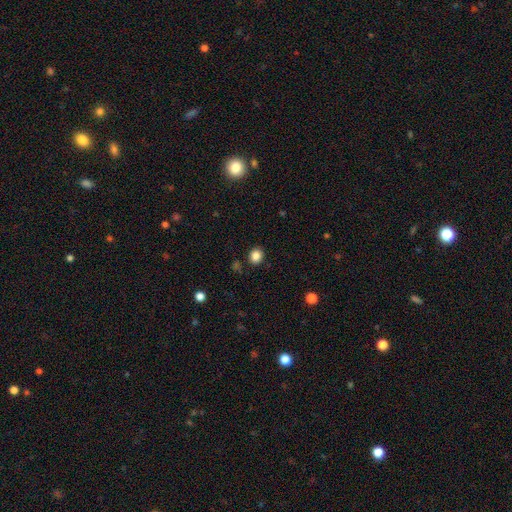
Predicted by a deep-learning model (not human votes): Smooth or featured: smooth — 85% (star or artifact — 11%)
How rounded: round — 72% (in between — 27%)
Merging: none — 89% (minor disturbance — 7%)